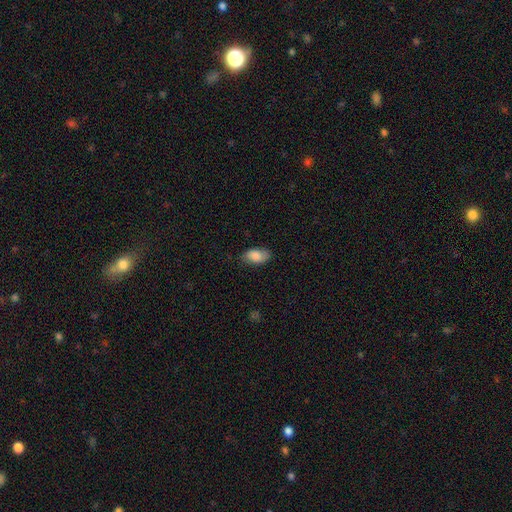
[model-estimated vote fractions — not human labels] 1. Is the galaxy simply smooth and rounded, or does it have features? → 84% smooth, 9% featured or disk, 7% star or artifact.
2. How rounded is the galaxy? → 93% in between, 4% round, 3% cigar-shaped.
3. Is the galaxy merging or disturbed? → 77% none, 18% minor disturbance, 4% major disturbance, 1% merger.